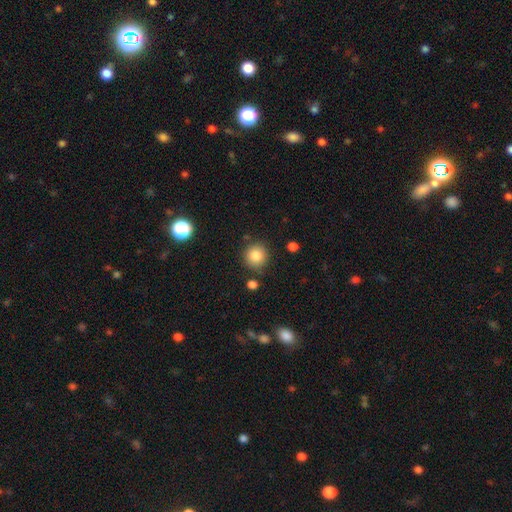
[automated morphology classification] The model was most divided on "smooth or featured": smooth: 84%, star or artifact: 10%, featured or disk: 5%. More confident: how rounded — round (91%); merging — none (84%).